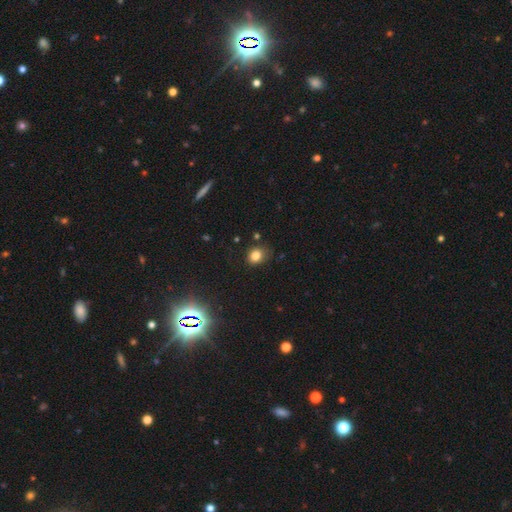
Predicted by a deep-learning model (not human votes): Smooth or featured? smooth (80%)
How rounded? round (61%)
Merging? none (77%)